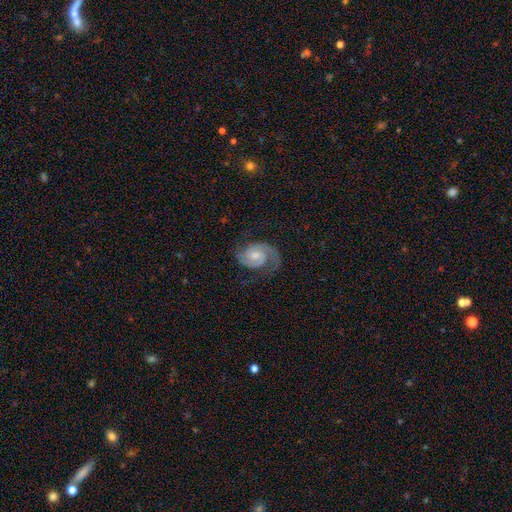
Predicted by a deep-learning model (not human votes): Smooth or featured: featured or disk — 86% (smooth — 8%)
Edge-on disk: no — 98% (yes — 2%)
Bar: no — 52% (weak — 41%)
Spiral arms: yes — 97% (no — 3%)
Spiral winding: medium — 47% (tight — 39%)
Spiral arm count: 2 — 84% (1 — 8%)
Bulge size: moderate — 51% (small — 34%)
Merging: none — 69% (minor disturbance — 18%)